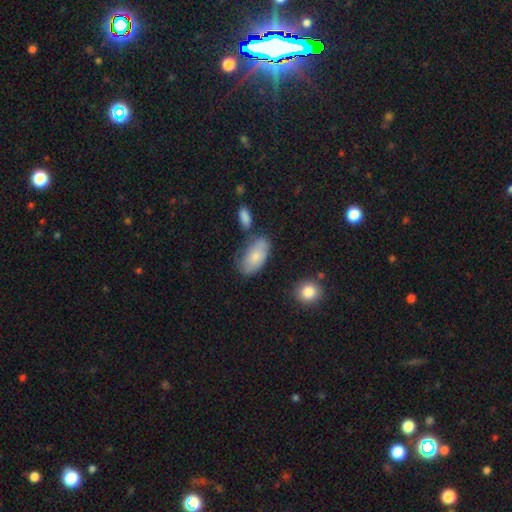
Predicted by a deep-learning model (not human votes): A smooth galaxy with no disk features (77%) that is in between round and cigar-shaped (93%). Merging: none (61%).